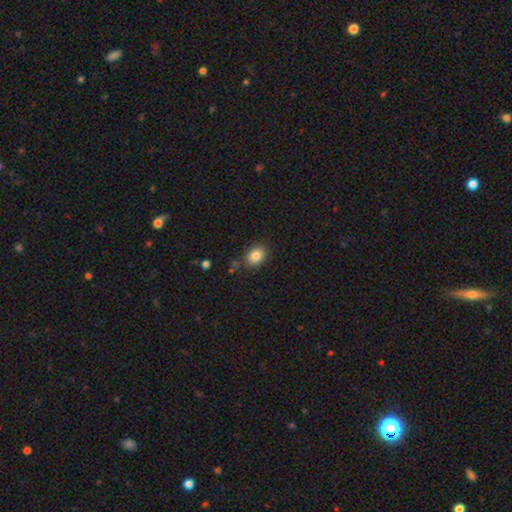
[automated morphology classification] A smooth galaxy with no disk features (84%) that is in between round and cigar-shaped (66%).

Vote fractions:
- Smooth or featured? smooth: 84% / star or artifact: 9% / featured or disk: 6%
- How rounded? in between: 66% / round: 33% / cigar-shaped: 1%
- Merging? none: 83% / minor disturbance: 11% / merger: 3% / major disturbance: 3%